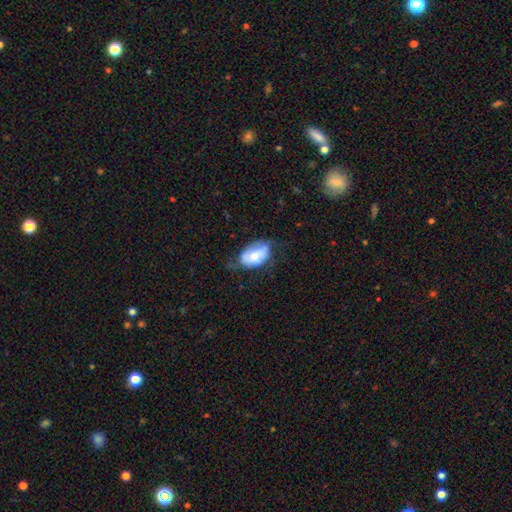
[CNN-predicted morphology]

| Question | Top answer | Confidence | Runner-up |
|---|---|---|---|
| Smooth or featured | smooth | 61% | featured or disk (32%) |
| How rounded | in between | 92% | round (7%) |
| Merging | none | 46% | minor disturbance (35%) |